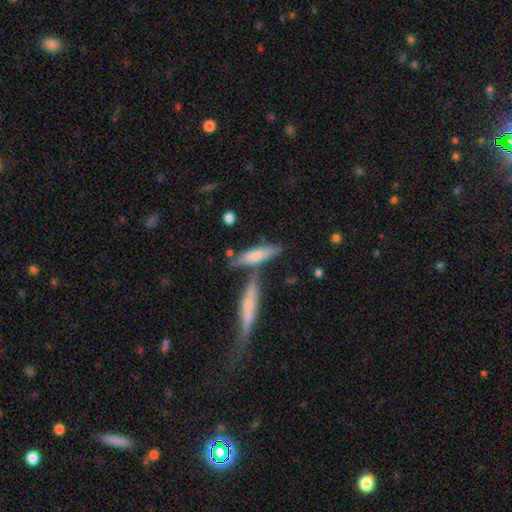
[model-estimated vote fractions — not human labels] Smooth or featured?
  - smooth: 72% *
  - featured or disk: 22%
  - star or artifact: 6%
How rounded?
  - cigar-shaped: 69% *
  - in between: 29%
  - round: 2%
Merging?
  - none: 52% *
  - merger: 30%
  - minor disturbance: 13%
  - major disturbance: 5%